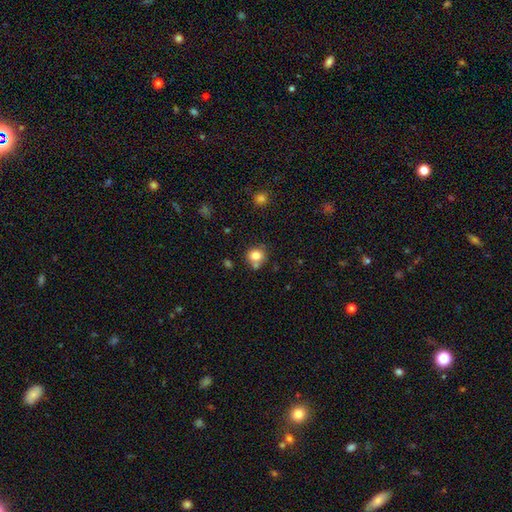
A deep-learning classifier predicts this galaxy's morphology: Smooth or featured? Predicted: smooth (p=0.80). How rounded? Predicted: round (p=0.86). Merging? Predicted: none (p=0.65).